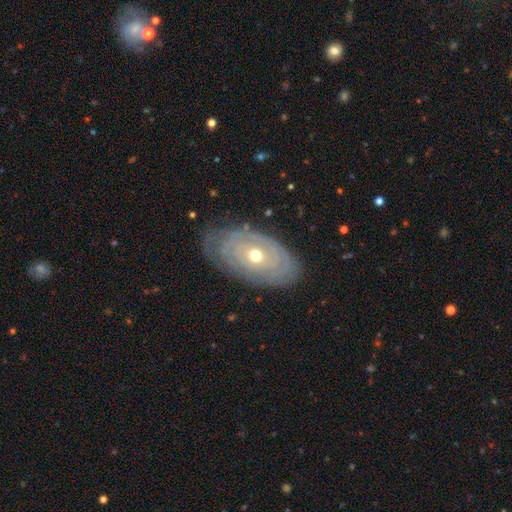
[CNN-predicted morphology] Smooth or featured? featured or disk (78%)
Edge-on disk? no (93%)
Bar? no (86%)
Spiral arms? yes (76%)
Spiral winding? tight (84%)
Spiral arm count? can't tell (56%)
Bulge size? moderate (60%)
Merging? none (75%)